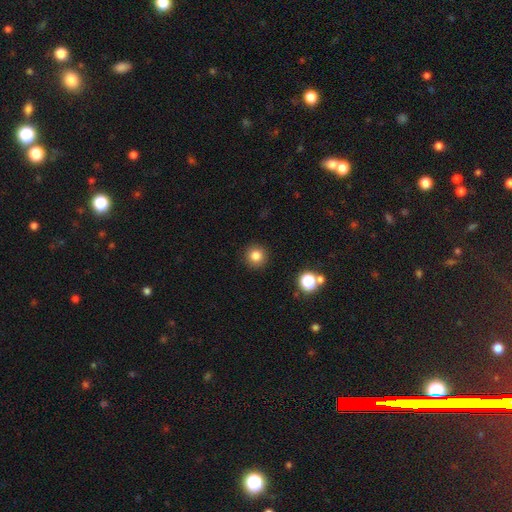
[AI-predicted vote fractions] Overall: smooth (81%). How rounded: round (95%). Merging: none (91%).